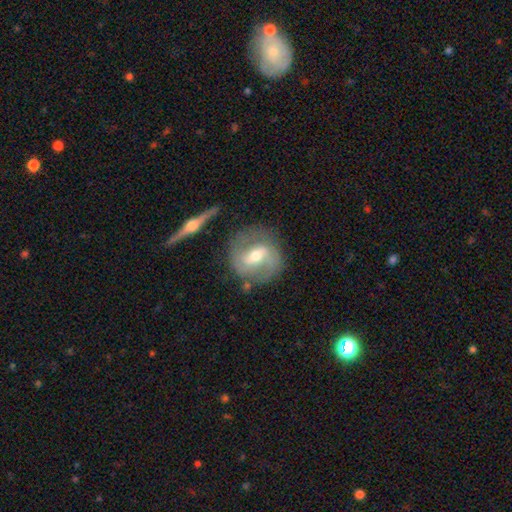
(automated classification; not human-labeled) smooth_or_featured: featured or disk (p=0.74) [alt: smooth p=0.20]
disk_edge_on: no (p=0.92) [alt: yes p=0.08]
bar: weak (p=0.45) [alt: strong p=0.35]
has_spiral_arms: yes (p=0.81) [alt: no p=0.19]
spiral_winding: medium (p=0.43) [alt: tight p=0.34]
spiral_arm_count: 2 (p=0.82) [alt: can't tell p=0.11]
bulge_size: moderate (p=0.66) [alt: small p=0.29]
merging: none (p=0.76) [alt: minor disturbance p=0.15]